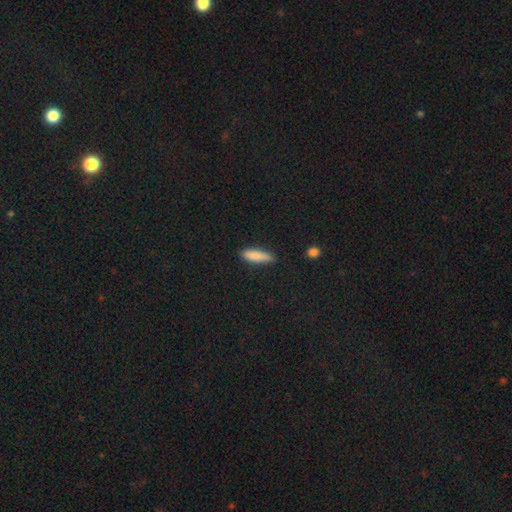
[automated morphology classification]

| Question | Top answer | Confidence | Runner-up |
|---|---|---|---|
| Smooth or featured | smooth | 85% | featured or disk (8%) |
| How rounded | cigar-shaped | 63% | in between (36%) |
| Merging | none | 78% | minor disturbance (17%) |